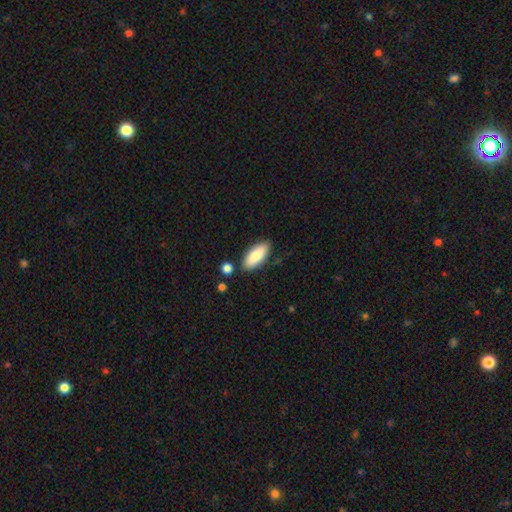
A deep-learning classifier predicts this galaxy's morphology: This is clearly a smooth galaxy (83%). How rounded: clearly in between (85%). Merging: clearly none (83%).